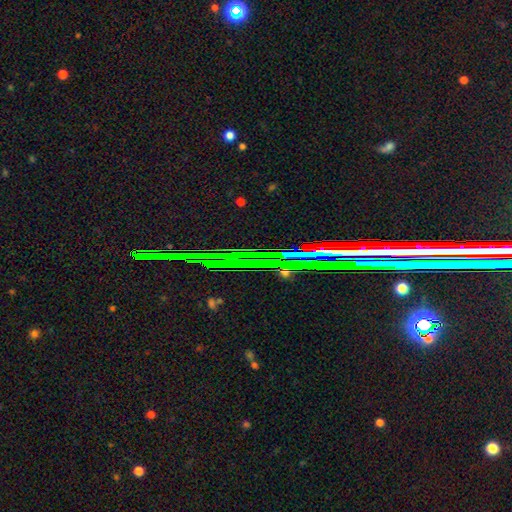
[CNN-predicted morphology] Smooth or featured?
  - star or artifact: 79% *
  - featured or disk: 12%
  - smooth: 8%